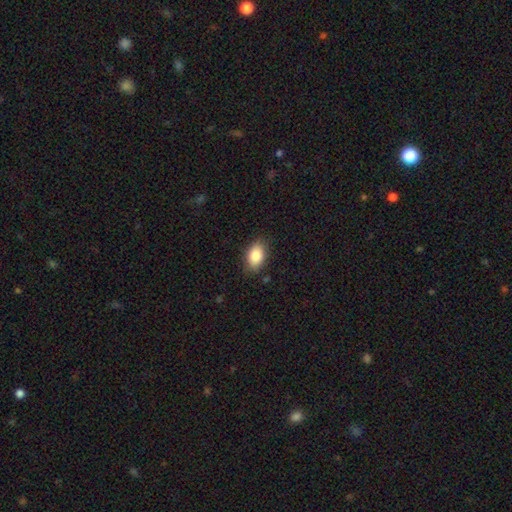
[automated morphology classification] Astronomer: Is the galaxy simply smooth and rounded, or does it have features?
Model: smooth — 84%.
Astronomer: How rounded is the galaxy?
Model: in between — 89%.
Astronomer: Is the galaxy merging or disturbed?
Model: none — 84%.